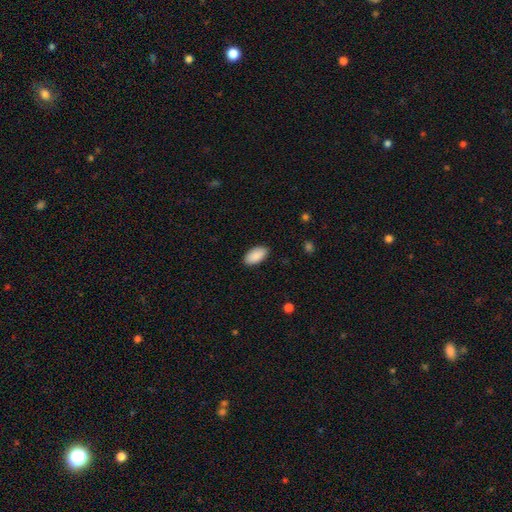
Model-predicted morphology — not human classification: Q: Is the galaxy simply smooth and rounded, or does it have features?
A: smooth — 90%.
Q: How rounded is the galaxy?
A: in between — 95%.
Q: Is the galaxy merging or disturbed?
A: none — 89%.